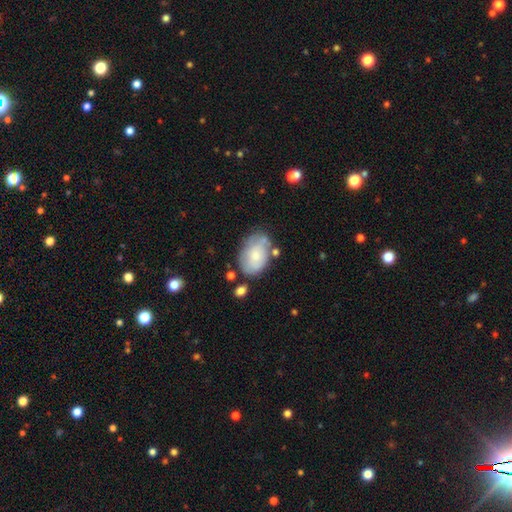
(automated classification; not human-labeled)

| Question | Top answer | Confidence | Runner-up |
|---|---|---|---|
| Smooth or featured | smooth | 66% | featured or disk (27%) |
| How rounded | in between | 87% | round (12%) |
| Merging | none | 56% | minor disturbance (26%) |